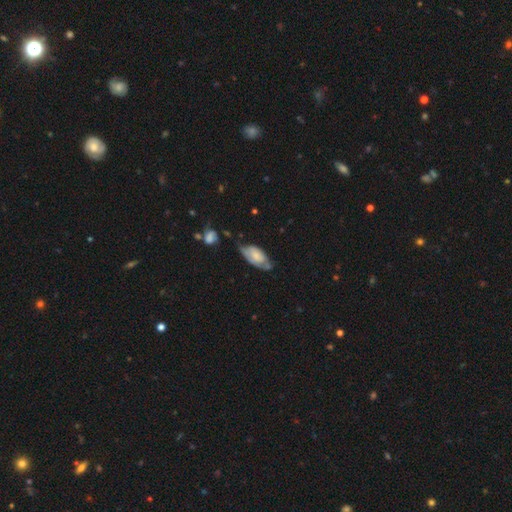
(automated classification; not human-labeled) smooth_or_featured: smooth (p=0.50) [alt: featured or disk p=0.44]
merging: none (p=0.42) [alt: minor disturbance p=0.36]